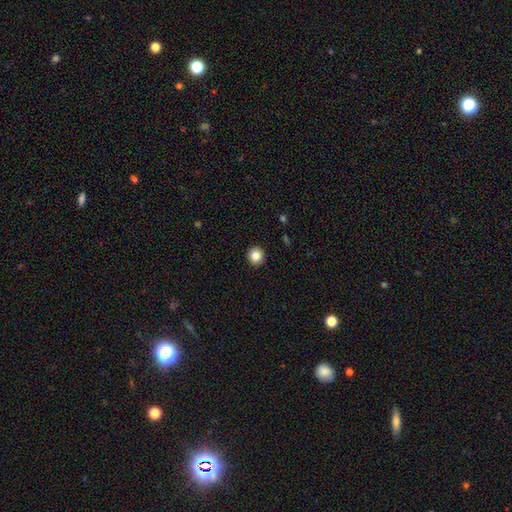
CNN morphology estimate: smooth-or-featured: smooth: 83% | star or artifact: 10% | featured or disk: 6%
  how-rounded: round: 94% | in between: 5% | cigar-shaped: 1%
  merging: none: 93% | minor disturbance: 4% | major disturbance: 1% | merger: 1%